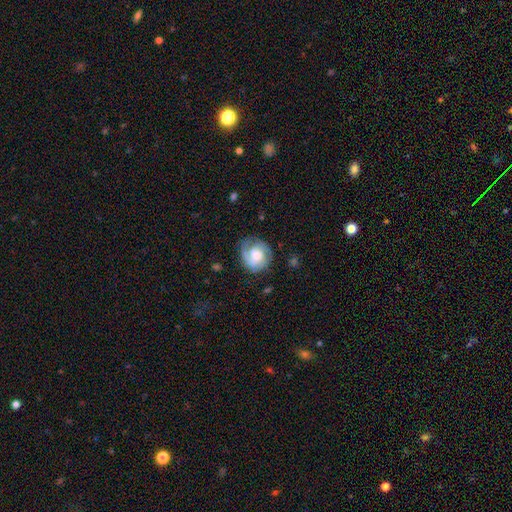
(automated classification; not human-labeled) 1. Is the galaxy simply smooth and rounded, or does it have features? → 67% featured or disk, 26% smooth, 7% star or artifact.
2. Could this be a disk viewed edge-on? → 98% no, 2% yes.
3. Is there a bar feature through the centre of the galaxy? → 64% no, 31% weak, 6% strong.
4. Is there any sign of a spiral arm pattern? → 90% yes, 10% no.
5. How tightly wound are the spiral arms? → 53% tight, 35% medium, 12% loose.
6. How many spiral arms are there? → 44% 2, 23% can't tell, 15% 1, 13% 3, 3% 4, 3% more than 4.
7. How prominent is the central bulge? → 45% moderate, 27% large, 18% small, 7% none, 3% dominant.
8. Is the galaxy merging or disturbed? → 69% none, 20% minor disturbance, 10% major disturbance, 2% merger.